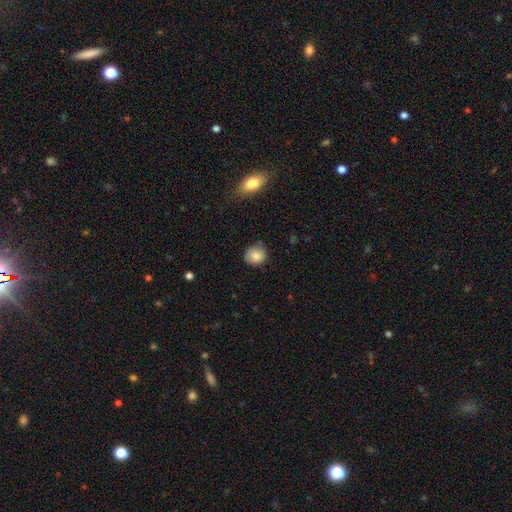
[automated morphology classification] Smooth or featured: smooth — 85% (star or artifact — 9%)
How rounded: round — 81% (in between — 18%)
Merging: none — 80% (minor disturbance — 15%)